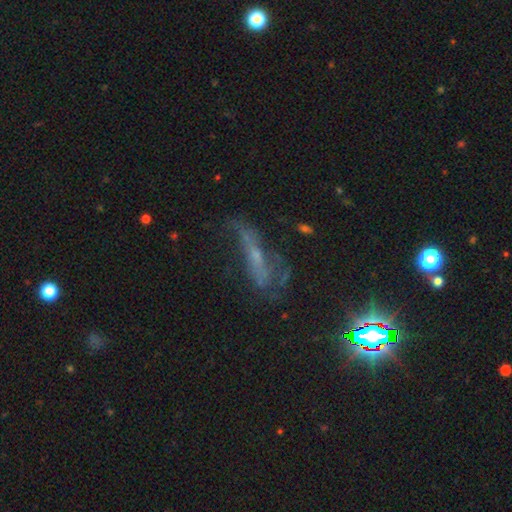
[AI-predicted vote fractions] Smooth or featured?
  - featured or disk: 53% *
  - smooth: 25%
  - star or artifact: 22%
Edge-on disk?
  - no: 68% *
  - yes: 32%
Merging?
  - none: 38% *
  - major disturbance: 35%
  - minor disturbance: 22%
  - merger: 5%